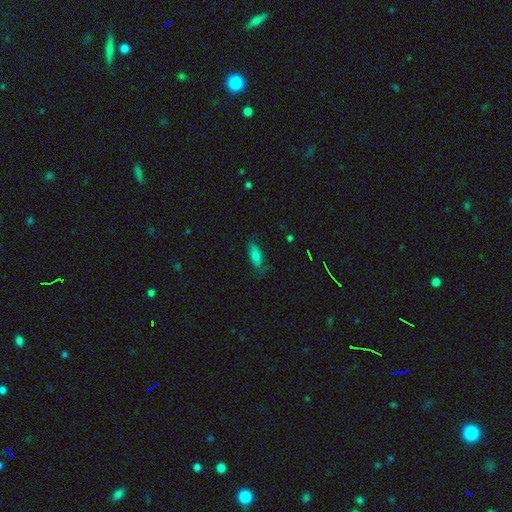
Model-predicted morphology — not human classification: Smooth or featured?
  - smooth: 76% *
  - featured or disk: 14%
  - star or artifact: 10%
How rounded?
  - in between: 68% *
  - cigar-shaped: 29%
  - round: 3%
Merging?
  - none: 74% *
  - minor disturbance: 20%
  - major disturbance: 5%
  - merger: 1%